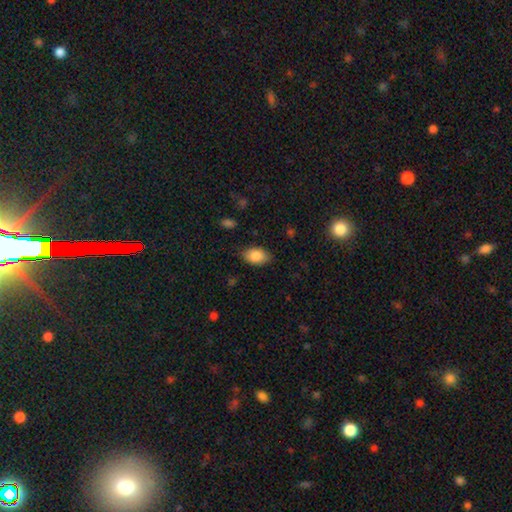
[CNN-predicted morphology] smooth_or_featured: smooth (p=0.87) [alt: star or artifact p=0.07]
how_rounded: in between (p=0.89) [alt: round p=0.09]
merging: none (p=0.80) [alt: minor disturbance p=0.15]